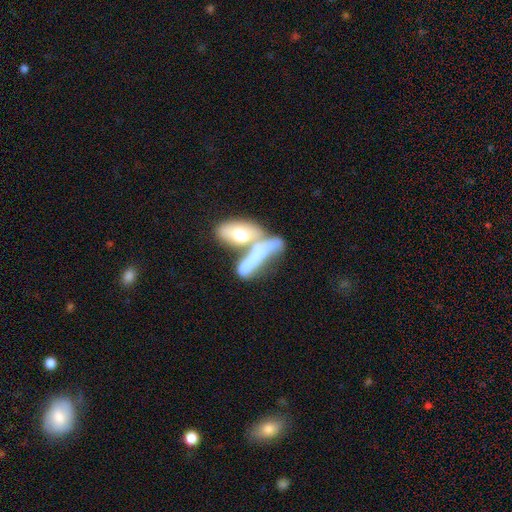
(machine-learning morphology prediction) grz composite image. It shows a smooth galaxy with no disk features (48%). Merging: merger (63%).